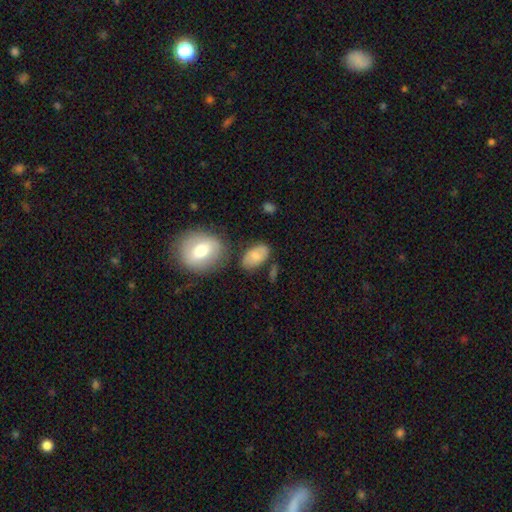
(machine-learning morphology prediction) Smooth or featured? smooth (75%)
How rounded? in between (90%)
Merging? none (66%)